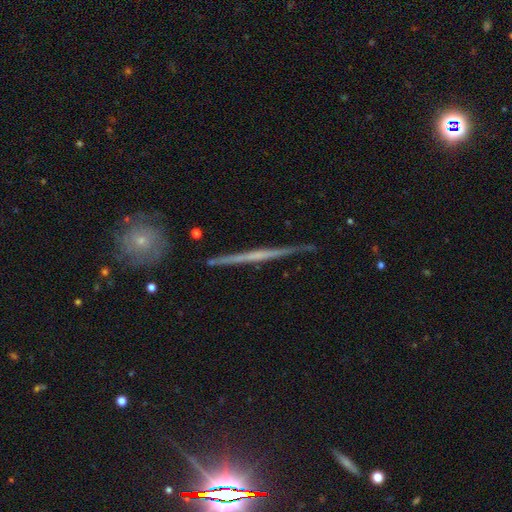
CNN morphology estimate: This is likely a featured or disk galaxy (74%). It is clearly viewed edge-on (98%). Edge-on bulge: likely none (74%). Merging: clearly none (88%).